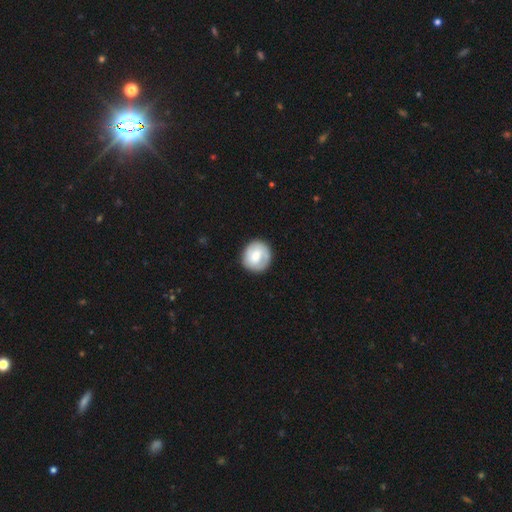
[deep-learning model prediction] Smooth or featured: smooth — 60% (featured or disk — 34%)
How rounded: round — 89% (in between — 10%)
Merging: none — 82% (minor disturbance — 13%)